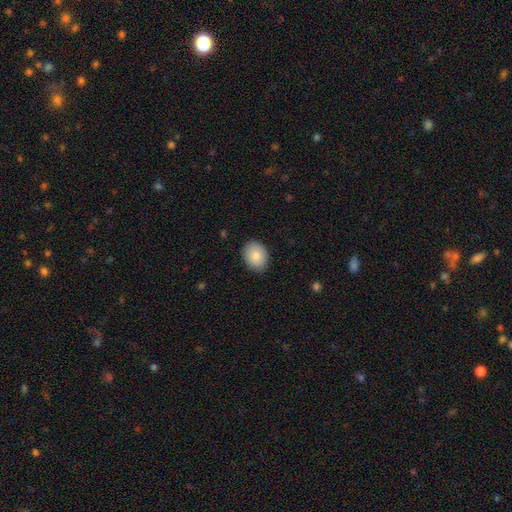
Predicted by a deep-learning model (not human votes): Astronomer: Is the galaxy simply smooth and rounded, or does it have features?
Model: smooth — 85%.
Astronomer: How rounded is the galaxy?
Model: in between — 64%.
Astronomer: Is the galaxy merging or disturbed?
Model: none — 87%.